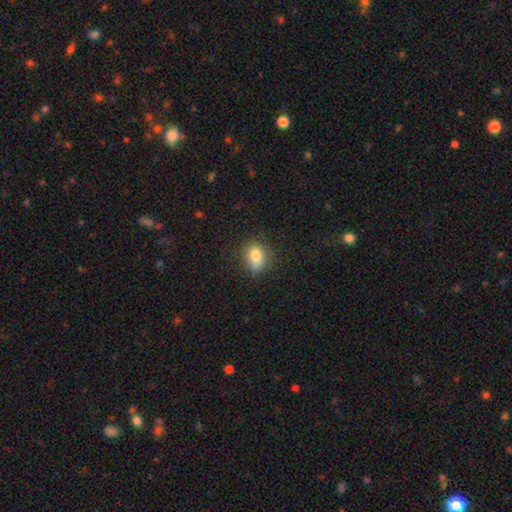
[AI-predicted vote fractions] This appears to be a smooth galaxy with no disk features (82%) that is in between round and cigar-shaped (61%). Merging: none (73%).